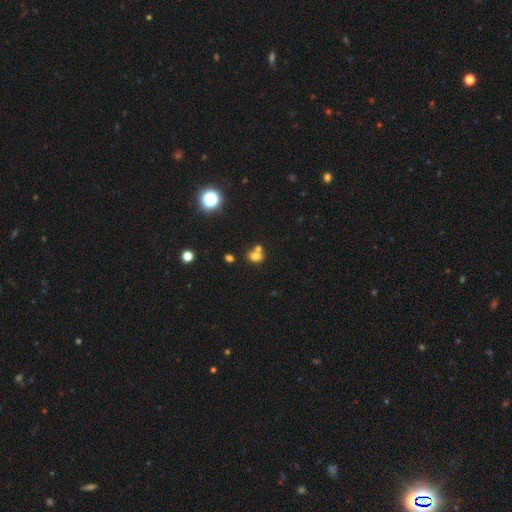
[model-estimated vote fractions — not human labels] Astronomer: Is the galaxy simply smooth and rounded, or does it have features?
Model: smooth — 73%.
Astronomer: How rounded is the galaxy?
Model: round — 52% (runner-up: in between, 47%).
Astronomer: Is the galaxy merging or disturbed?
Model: none — 46% (runner-up: merger, 42%).